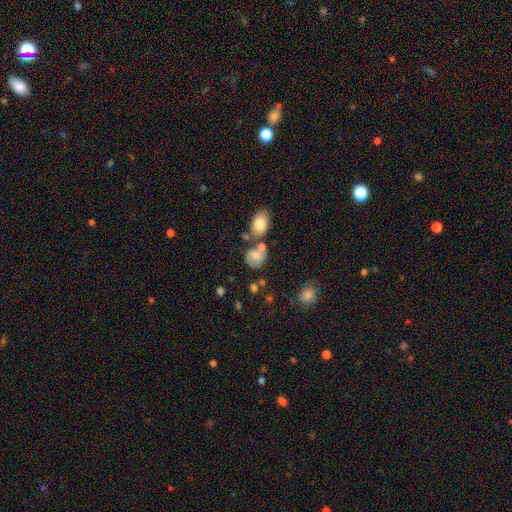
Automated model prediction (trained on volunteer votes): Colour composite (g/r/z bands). It shows a smooth galaxy with no disk features (63%) that is round (60%). Merging: none (48%).